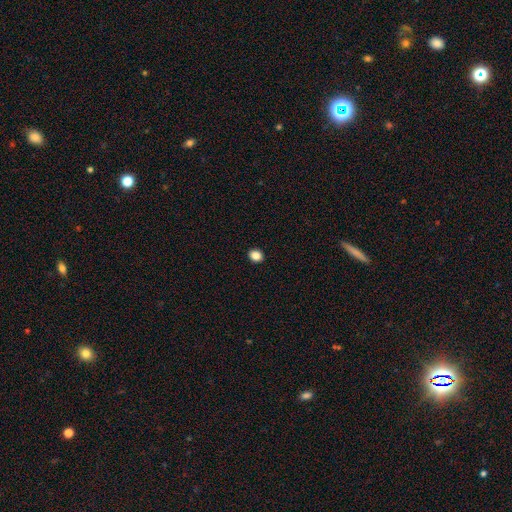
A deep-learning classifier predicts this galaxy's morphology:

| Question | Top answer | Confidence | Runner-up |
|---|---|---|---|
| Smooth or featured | smooth | 86% | star or artifact (10%) |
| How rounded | round | 63% | in between (36%) |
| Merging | none | 92% | minor disturbance (5%) |